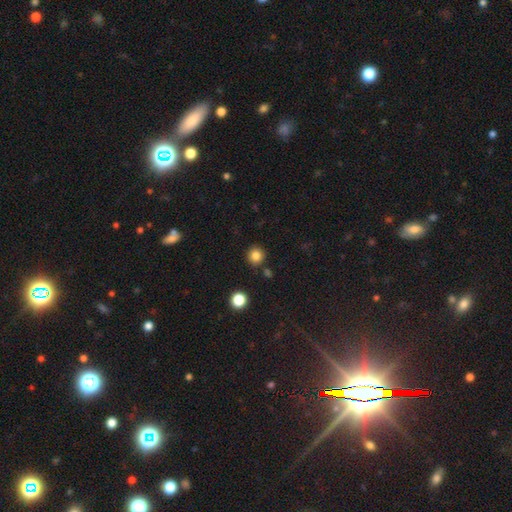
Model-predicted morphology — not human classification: This is clearly a smooth galaxy (83%). How rounded: clearly round (93%). Merging: clearly none (88%).